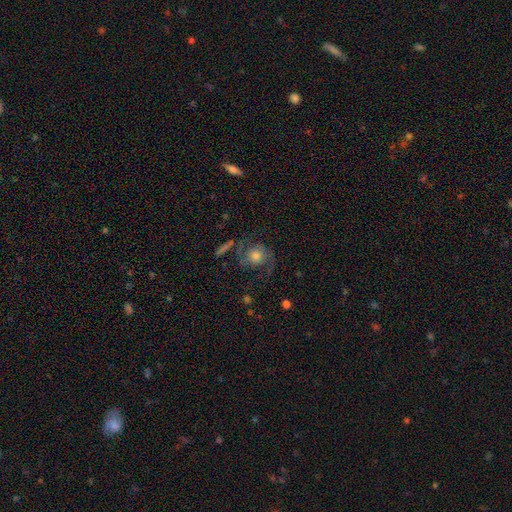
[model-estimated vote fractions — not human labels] Smooth or featured: featured or disk — 71% (smooth — 19%)
Edge-on disk: no — 97% (yes — 3%)
Bar: no — 77% (weak — 19%)
Spiral arms: yes — 92% (no — 8%)
Spiral winding: medium — 47% (loose — 30%)
Spiral arm count: 2 — 85% (can't tell — 6%)
Bulge size: moderate — 56% (small — 19%)
Merging: none — 67% (minor disturbance — 16%)